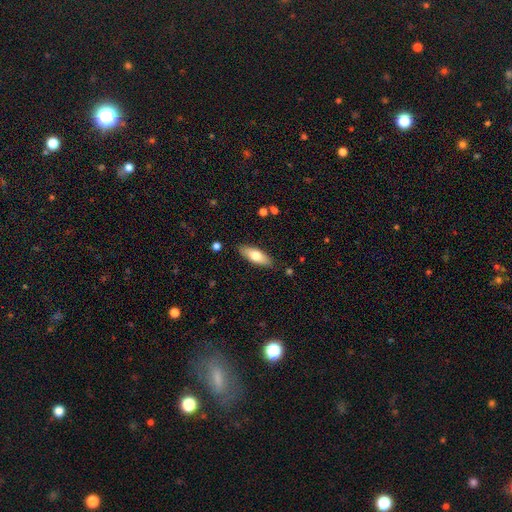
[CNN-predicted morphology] smooth-or-featured: smooth: 69% | featured or disk: 25% | star or artifact: 6%
  how-rounded: in between: 67% | cigar-shaped: 31% | round: 2%
  merging: none: 87% | minor disturbance: 10% | major disturbance: 2% | merger: 1%